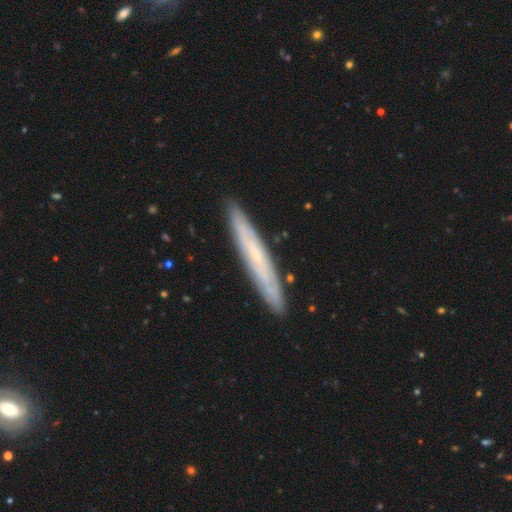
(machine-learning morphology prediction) featured or disk 52%, smooth 41%, star or artifact 7%. Down the decision tree: edge-on disk — yes (82%); merging — none (90%).